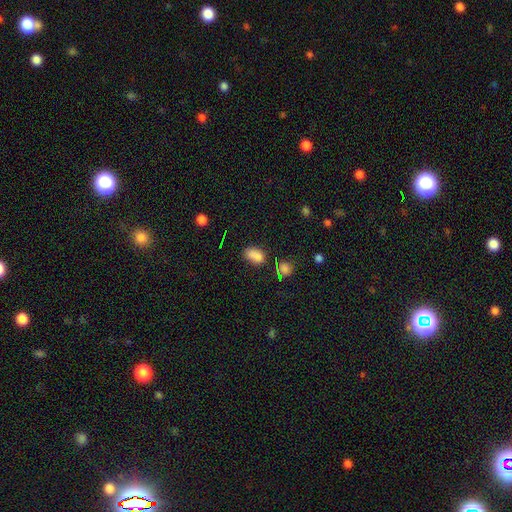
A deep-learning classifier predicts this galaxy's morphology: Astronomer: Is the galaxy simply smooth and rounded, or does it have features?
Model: smooth — 74%.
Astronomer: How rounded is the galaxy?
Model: in between — 82%.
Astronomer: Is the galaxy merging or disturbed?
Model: none — 63%.